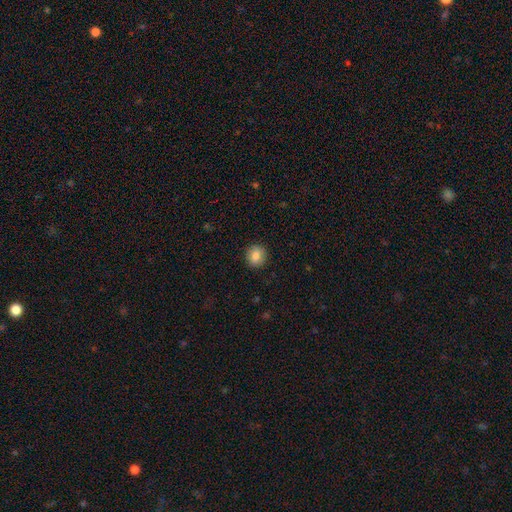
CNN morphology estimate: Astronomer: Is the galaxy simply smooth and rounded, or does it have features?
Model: smooth — 84%.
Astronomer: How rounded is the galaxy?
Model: round — 85%.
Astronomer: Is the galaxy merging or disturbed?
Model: none — 91%.